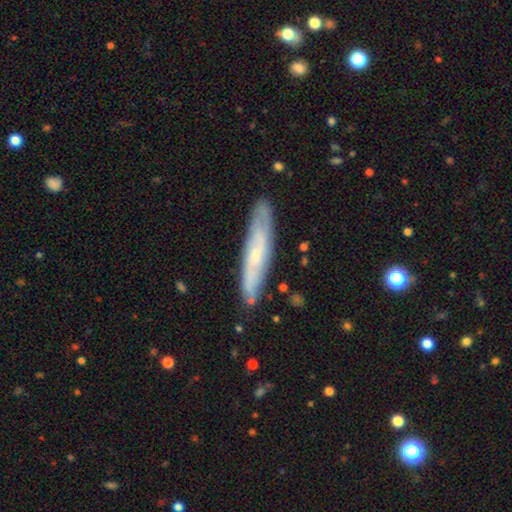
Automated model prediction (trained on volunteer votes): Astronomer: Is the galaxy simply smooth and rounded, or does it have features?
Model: featured or disk — 55% (runner-up: smooth, 39%).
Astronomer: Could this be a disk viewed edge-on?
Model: yes — 57% (runner-up: no, 43%).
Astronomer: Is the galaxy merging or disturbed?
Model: none — 85%.